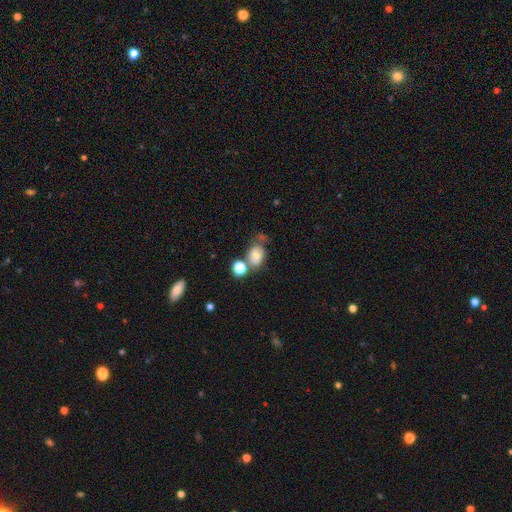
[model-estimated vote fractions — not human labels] Smooth or featured? Predicted: smooth (p=0.74). How rounded? Predicted: in between (p=0.67). Merging? Predicted: none (p=0.47).